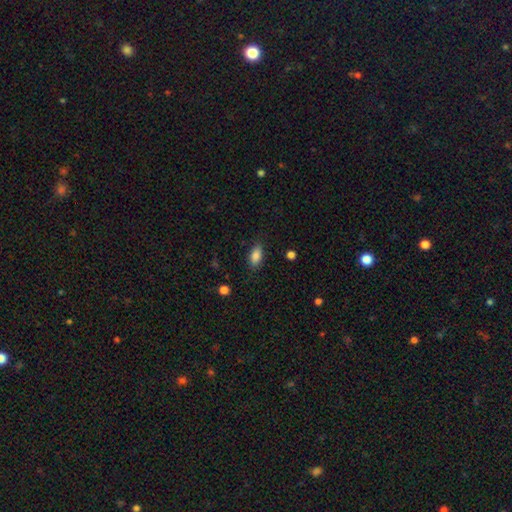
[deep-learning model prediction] Overall: smooth (85%). How rounded: in between (89%). Merging: none (83%).